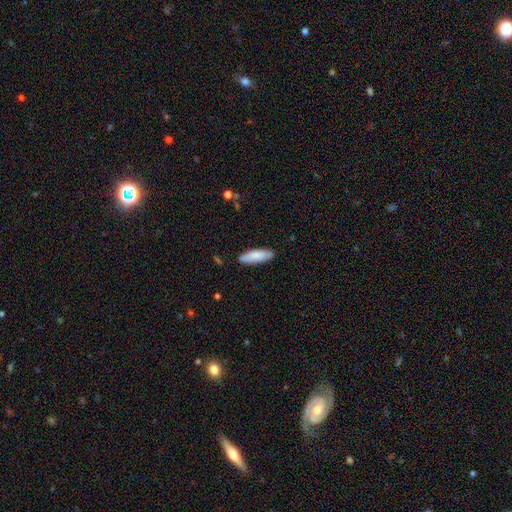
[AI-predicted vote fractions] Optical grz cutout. It shows a smooth galaxy with no disk features (85%) that is in between round and cigar-shaped (51%). Merging: none (87%).